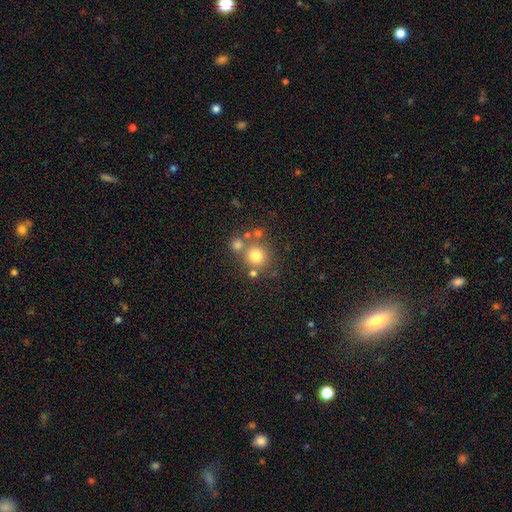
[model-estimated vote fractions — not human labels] Smooth or featured? smooth (73%)
How rounded? round (91%)
Merging? none (68%)